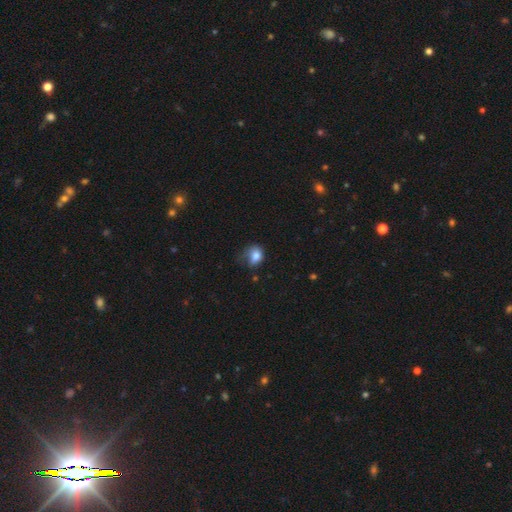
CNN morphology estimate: Smooth or featured? Predicted: smooth (p=0.81). How rounded? Predicted: in between (p=0.55). Merging? Predicted: minor disturbance (p=0.36).